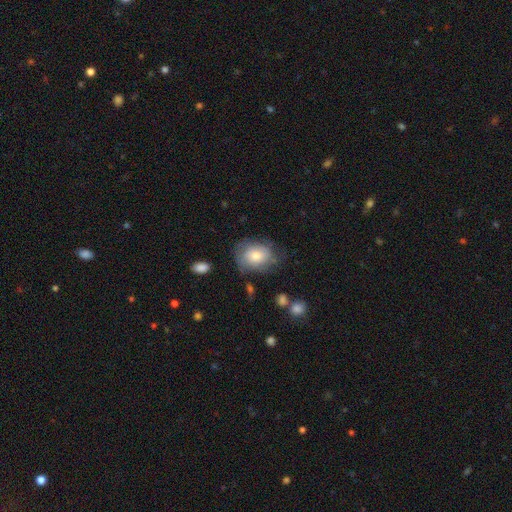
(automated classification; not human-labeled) smooth_or_featured: smooth (p=0.63) [alt: featured or disk p=0.29]
how_rounded: in between (p=0.60) [alt: round p=0.39]
merging: none (p=0.63) [alt: minor disturbance p=0.25]